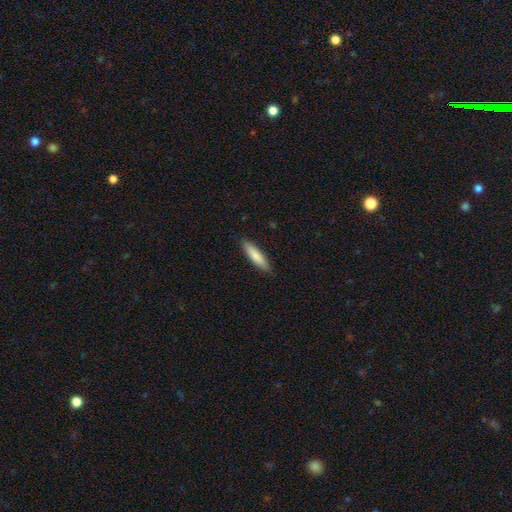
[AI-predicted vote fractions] smooth-or-featured: smooth: 81% | featured or disk: 14% | star or artifact: 5%
  how-rounded: cigar-shaped: 78% | in between: 21% | round: 1%
  merging: none: 88% | minor disturbance: 9% | major disturbance: 2% | merger: 1%